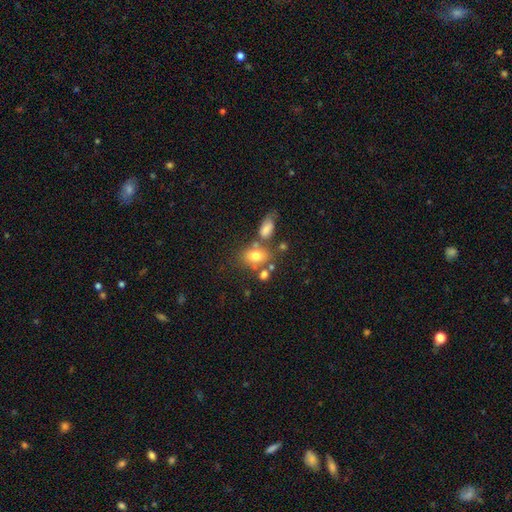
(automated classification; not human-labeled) Smooth or featured: smooth — 72% (featured or disk — 17%)
How rounded: in between — 68% (round — 30%)
Merging: none — 50% (merger — 27%)